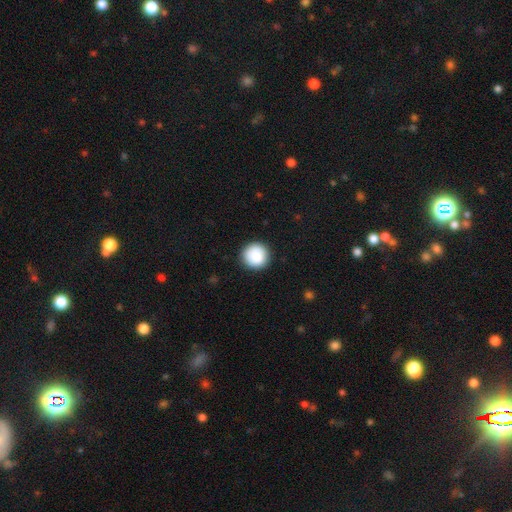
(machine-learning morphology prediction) This is clearly a smooth galaxy (88%). How rounded: clearly round (95%). Merging: clearly none (91%).